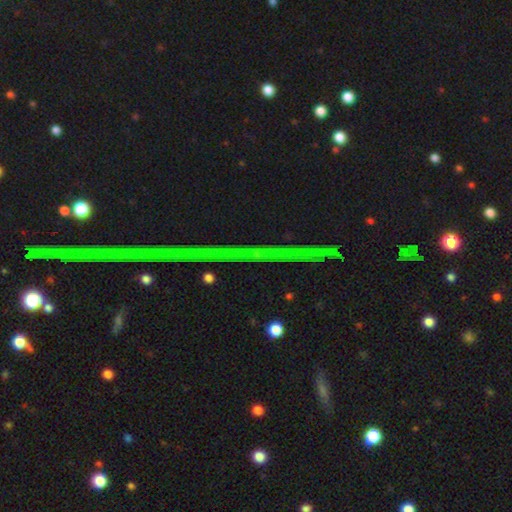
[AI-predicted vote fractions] A star or artifact, not a galaxy (80%).

Vote fractions:
- Smooth or featured? star or artifact: 80% / featured or disk: 13% / smooth: 7%